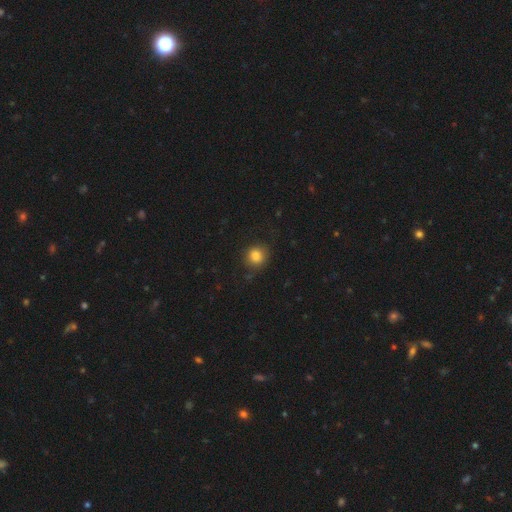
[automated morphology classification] Smooth or featured?
  - smooth: 84% *
  - star or artifact: 10%
  - featured or disk: 6%
How rounded?
  - round: 84% *
  - in between: 16%
  - cigar-shaped: 1%
Merging?
  - none: 75% *
  - minor disturbance: 18%
  - major disturbance: 6%
  - merger: 1%